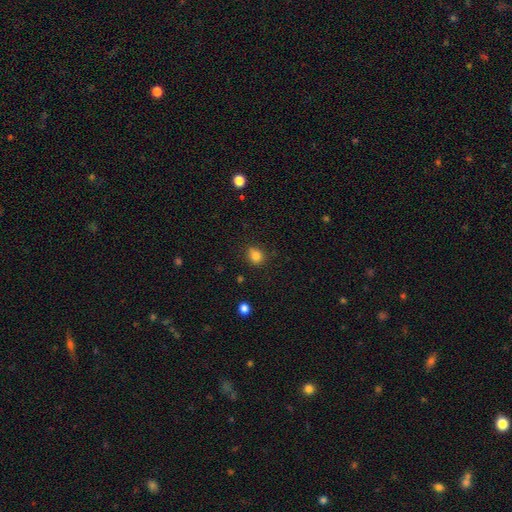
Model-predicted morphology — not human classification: Overall: smooth (83%). How rounded: round (75%). Merging: none (76%).